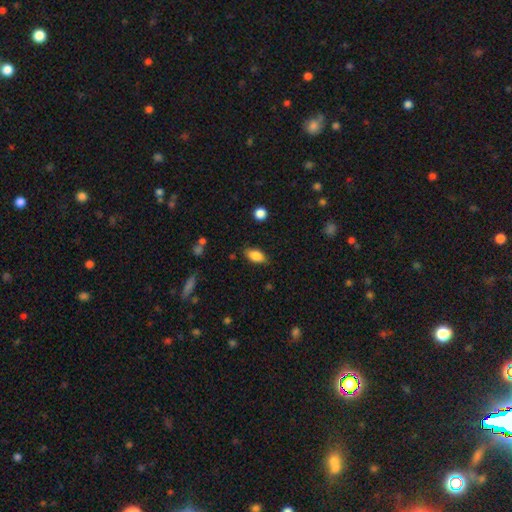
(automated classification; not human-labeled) A smooth galaxy with no disk features (85%) that is in between round and cigar-shaped (89%).

Vote fractions:
- Smooth or featured? smooth: 85% / featured or disk: 8% / star or artifact: 8%
- How rounded? in between: 89% / cigar-shaped: 6% / round: 5%
- Merging? none: 81% / minor disturbance: 14% / major disturbance: 3% / merger: 2%